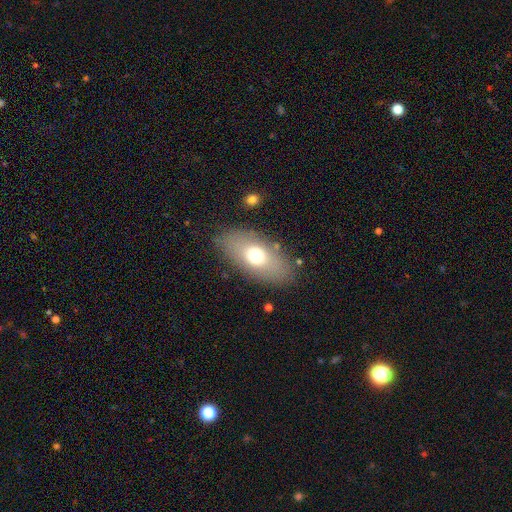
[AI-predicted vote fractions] smooth-or-featured: smooth: 67% | featured or disk: 25% | star or artifact: 9%
  how-rounded: in between: 88% | cigar-shaped: 6% | round: 6%
  merging: none: 82% | minor disturbance: 11% | major disturbance: 5% | merger: 2%